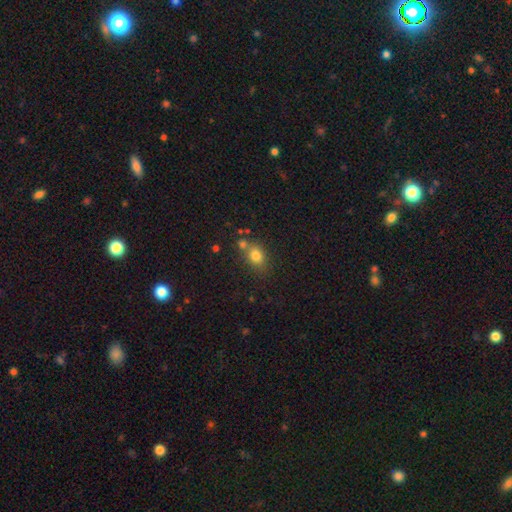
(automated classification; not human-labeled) smooth 79%, star or artifact 12%, featured or disk 9%. Down the decision tree: how rounded — in between (55%); merging — none (63%).